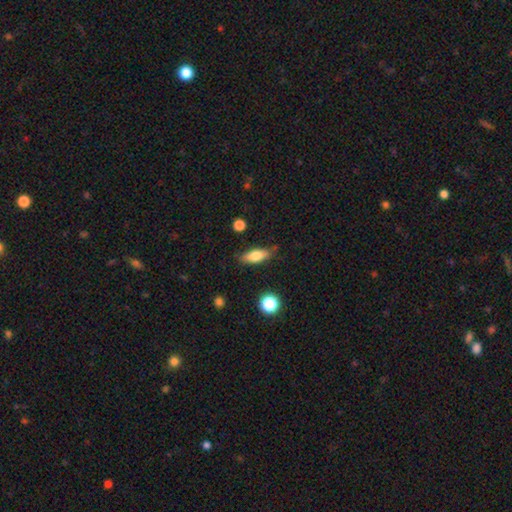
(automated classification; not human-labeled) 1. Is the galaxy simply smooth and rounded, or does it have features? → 73% smooth, 19% featured or disk, 8% star or artifact.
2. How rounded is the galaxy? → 65% in between, 32% cigar-shaped, 3% round.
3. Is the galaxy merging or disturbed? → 79% none, 15% minor disturbance, 3% major disturbance, 3% merger.